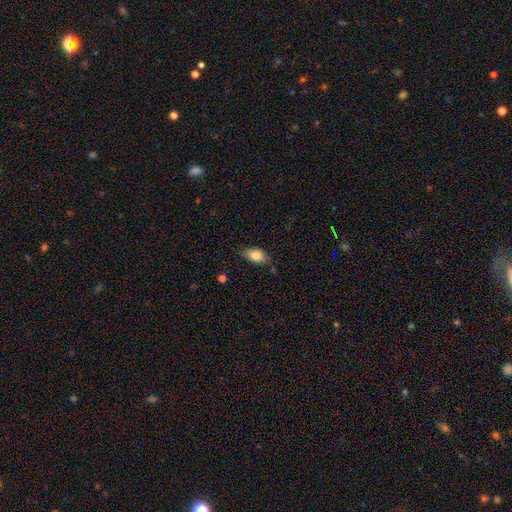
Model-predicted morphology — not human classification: Smooth or featured? Predicted: smooth (p=0.82). How rounded? Predicted: in between (p=0.88). Merging? Predicted: none (p=0.69).